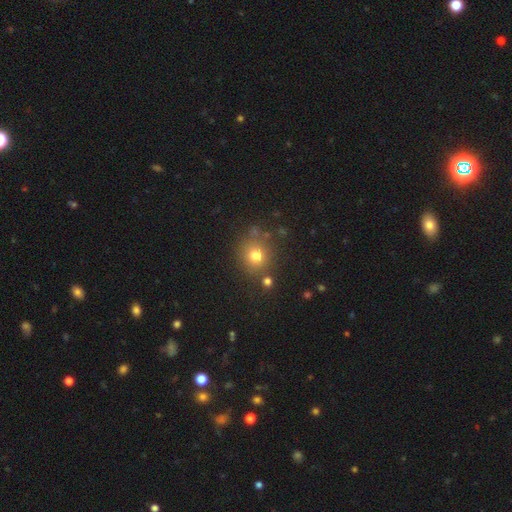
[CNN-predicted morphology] A smooth galaxy with no disk features (75%) that is round (87%).

Vote fractions:
- Smooth or featured? smooth: 75% / star or artifact: 16% / featured or disk: 9%
- How rounded? round: 87% / in between: 12% / cigar-shaped: 1%
- Merging? none: 77% / minor disturbance: 10% / merger: 8% / major disturbance: 4%